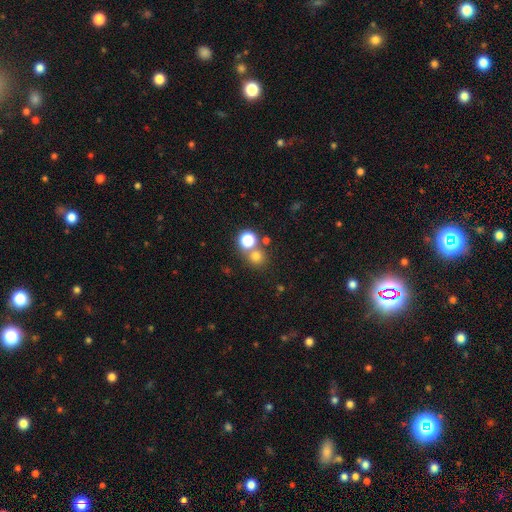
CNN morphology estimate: Smooth or featured? smooth (72%)
How rounded? round (88%)
Merging? none (62%)